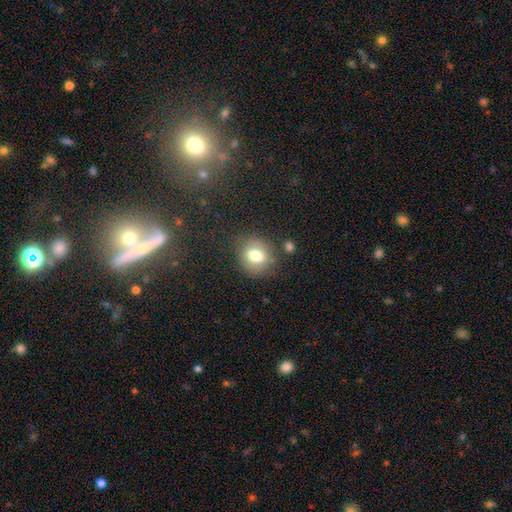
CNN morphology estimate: type=smooth (76%); roundness=round (64%); merging=none (76%).